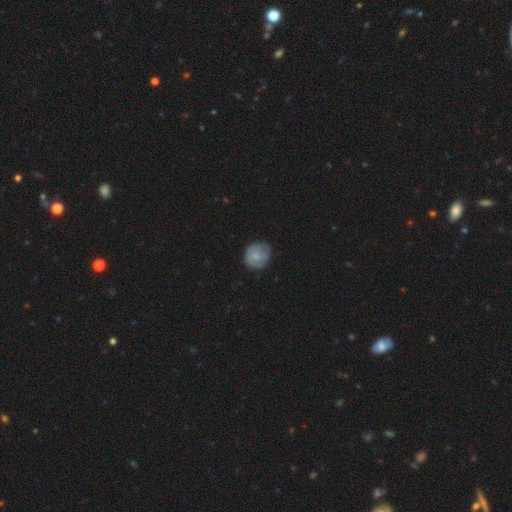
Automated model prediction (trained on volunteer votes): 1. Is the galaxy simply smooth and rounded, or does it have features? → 63% smooth, 29% featured or disk, 7% star or artifact.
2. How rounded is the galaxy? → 84% round, 15% in between, 1% cigar-shaped.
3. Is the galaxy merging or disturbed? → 70% none, 23% minor disturbance, 6% major disturbance, 1% merger.